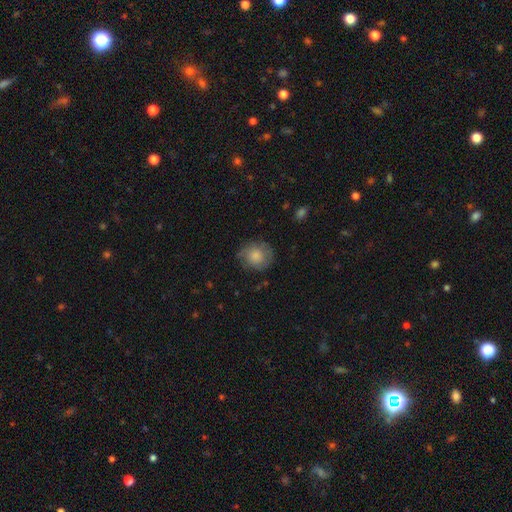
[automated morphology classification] Smooth or featured? smooth (71%)
How rounded? round (82%)
Merging? none (67%)